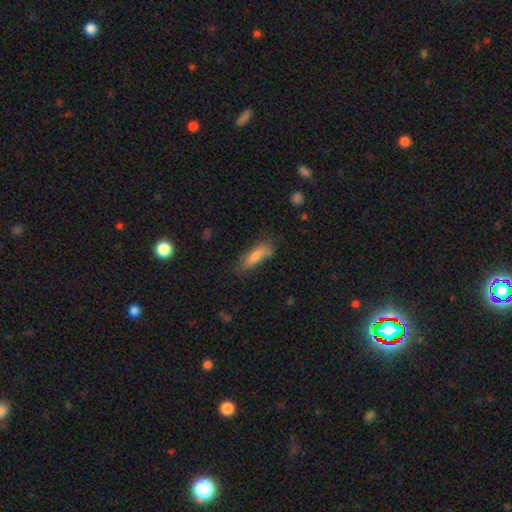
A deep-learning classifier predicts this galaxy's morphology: Smooth or featured? Predicted: smooth (p=0.75). How rounded? Predicted: cigar-shaped (p=0.58). Merging? Predicted: none (p=0.65).